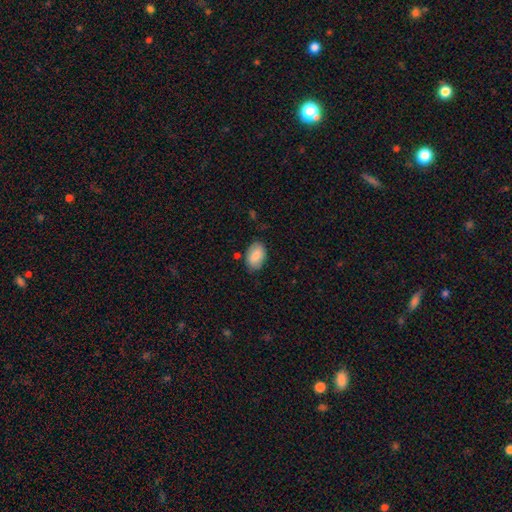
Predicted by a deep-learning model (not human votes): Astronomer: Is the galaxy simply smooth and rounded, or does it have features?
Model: smooth — 82%.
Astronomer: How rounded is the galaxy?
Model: in between — 92%.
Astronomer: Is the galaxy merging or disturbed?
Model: none — 79%.